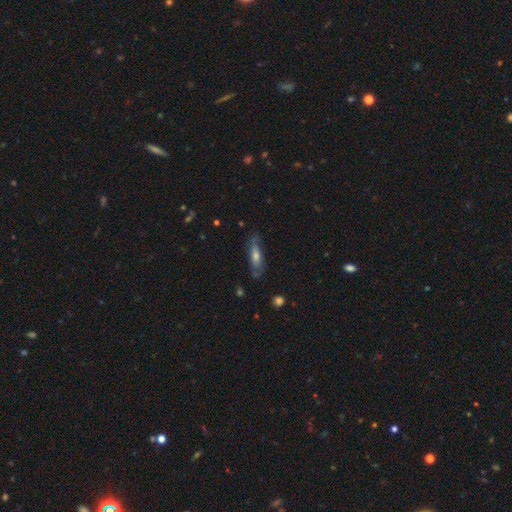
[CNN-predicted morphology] This is possibly a featured or disk galaxy (51%). It is possibly not viewed edge-on (54%). Merging: likely none (70%).